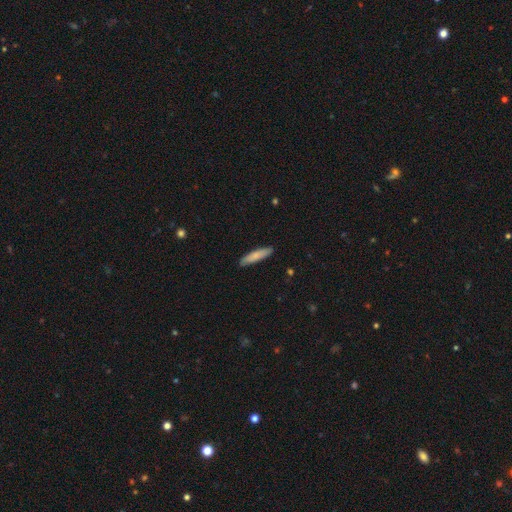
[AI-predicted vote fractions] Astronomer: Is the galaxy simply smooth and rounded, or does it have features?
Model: smooth — 77%.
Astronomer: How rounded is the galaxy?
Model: cigar-shaped — 82%.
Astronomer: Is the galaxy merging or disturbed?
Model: none — 88%.